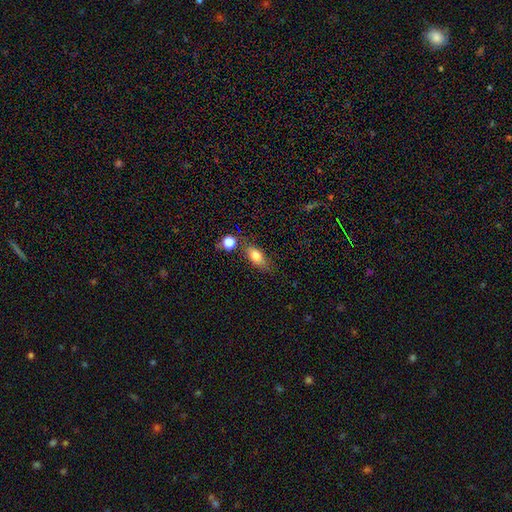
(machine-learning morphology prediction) smooth_or_featured: smooth (p=0.77) [alt: featured or disk p=0.14]
how_rounded: in between (p=0.77) [alt: cigar-shaped p=0.14]
merging: none (p=0.65) [alt: minor disturbance p=0.18]